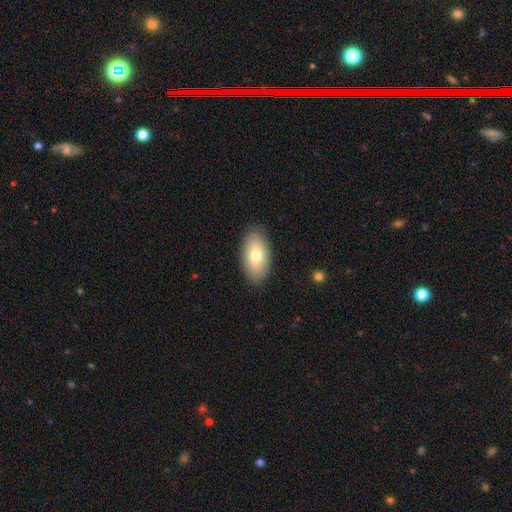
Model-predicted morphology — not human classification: Q: Smooth or featured?
A: smooth (74%); runner-up: featured or disk (20%)
Q: How rounded?
A: in between (93%); runner-up: round (4%)
Q: Merging?
A: none (87%); runner-up: minor disturbance (10%)